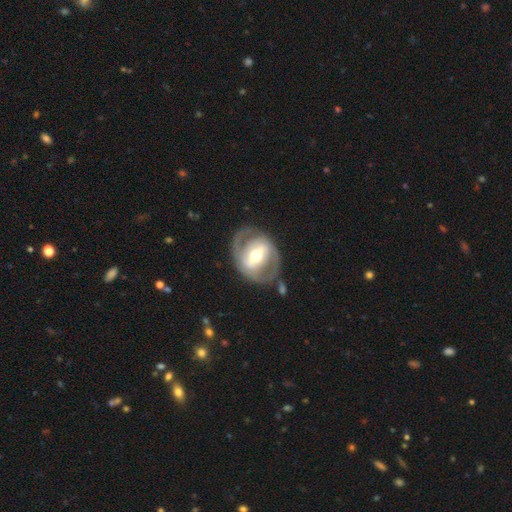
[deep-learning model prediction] Smooth or featured: featured or disk — 76% (smooth — 19%)
Edge-on disk: no — 95% (yes — 5%)
Bar: strong — 52% (weak — 31%)
Spiral arms: yes — 64% (no — 36%)
Bulge size: moderate — 68% (small — 16%)
Merging: none — 73% (minor disturbance — 14%)